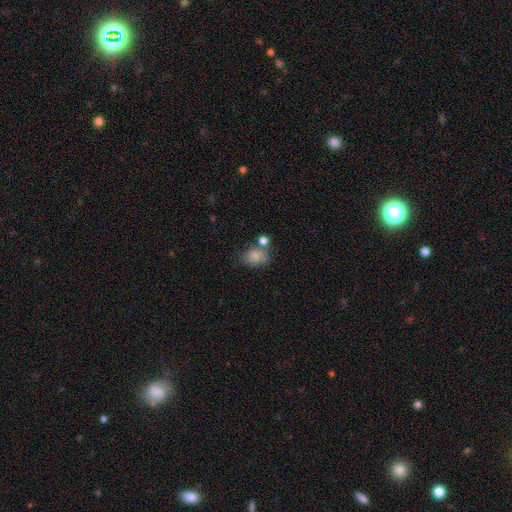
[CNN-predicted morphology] type=smooth (82%); roundness=in between (61%); merging=none (53%).